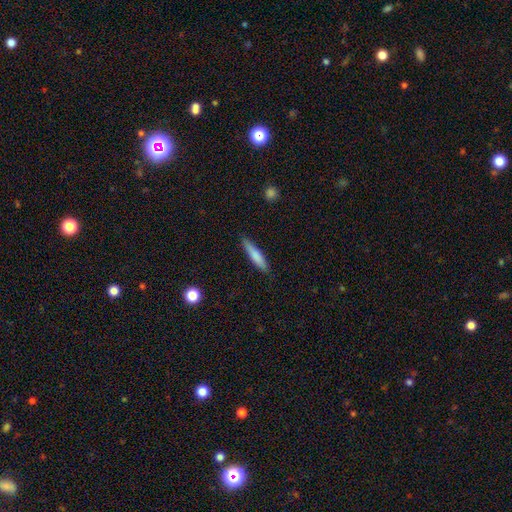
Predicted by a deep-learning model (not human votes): This is likely a smooth galaxy (76%). How rounded: clearly cigar-shaped (88%). Merging: clearly none (86%).